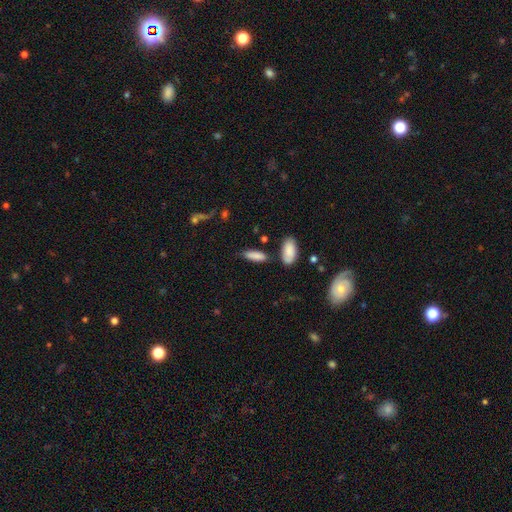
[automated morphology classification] Q: Smooth or featured?
A: smooth (85%); runner-up: featured or disk (8%)
Q: How rounded?
A: in between (57%); runner-up: cigar-shaped (41%)
Q: Merging?
A: none (71%); runner-up: minor disturbance (16%)